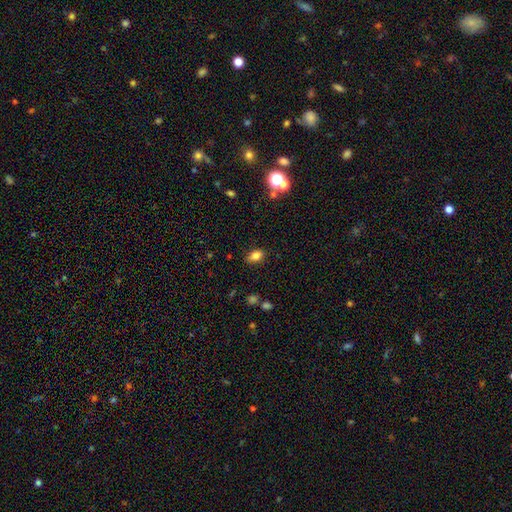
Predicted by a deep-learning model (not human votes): This appears to be a smooth galaxy with no disk features (78%) that is in between round and cigar-shaped (82%). Merging: none (84%).